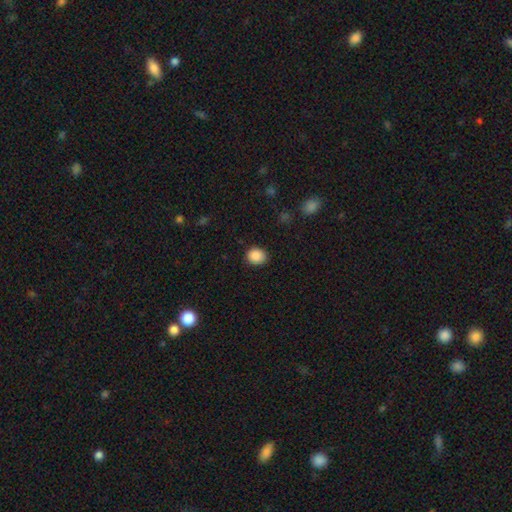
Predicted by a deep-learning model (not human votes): A smooth galaxy with no disk features (88%) that is round (71%).

Vote fractions:
- Smooth or featured? smooth: 88% / star or artifact: 9% / featured or disk: 3%
- How rounded? round: 71% / in between: 28% / cigar-shaped: 1%
- Merging? none: 88% / minor disturbance: 9% / major disturbance: 2% / merger: 1%